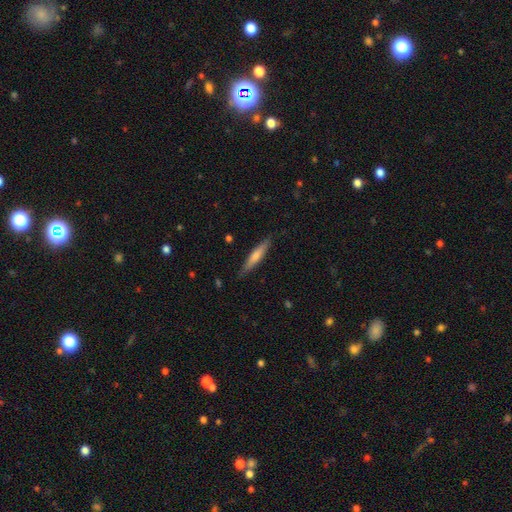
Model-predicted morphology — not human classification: This is possibly a smooth galaxy (56%). How rounded: clearly cigar-shaped (90%). Merging: clearly none (86%).